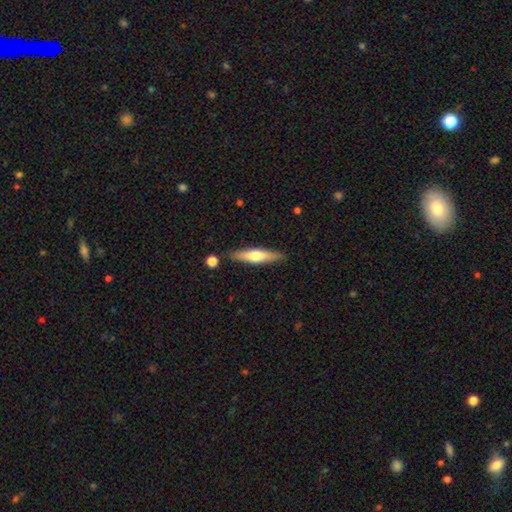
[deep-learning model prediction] The model was most divided on "smooth or featured": smooth: 52%, featured or disk: 43%, star or artifact: 6%. More confident: merging — none (86%); how rounded — cigar-shaped (80%).